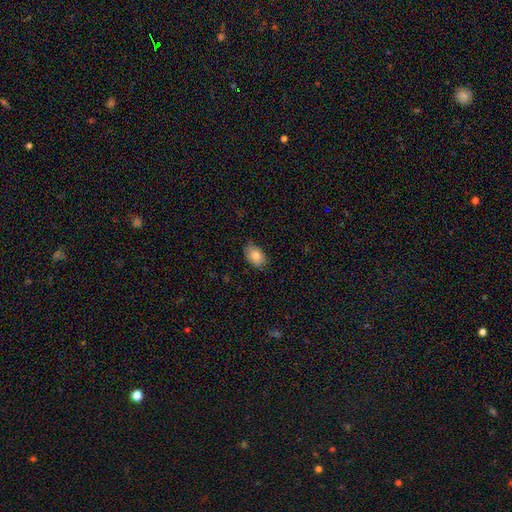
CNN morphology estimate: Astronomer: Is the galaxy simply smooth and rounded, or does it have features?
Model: smooth — 82%.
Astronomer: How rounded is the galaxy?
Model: in between — 84%.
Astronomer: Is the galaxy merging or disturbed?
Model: none — 79%.